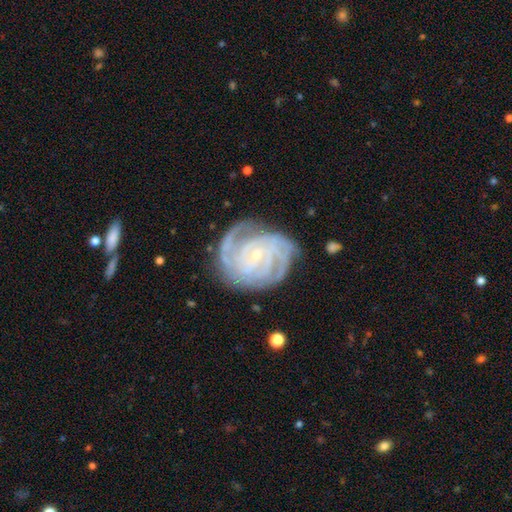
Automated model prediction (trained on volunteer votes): Smooth or featured: featured or disk — 91% (star or artifact — 5%)
Edge-on disk: no — 98% (yes — 2%)
Bar: no — 54% (weak — 33%)
Spiral arms: yes — 98% (no — 2%)
Spiral winding: tight — 76% (medium — 21%)
Spiral arm count: 3 — 28% (4 — 27%)
Bulge size: small — 83% (moderate — 14%)
Merging: none — 74% (minor disturbance — 18%)